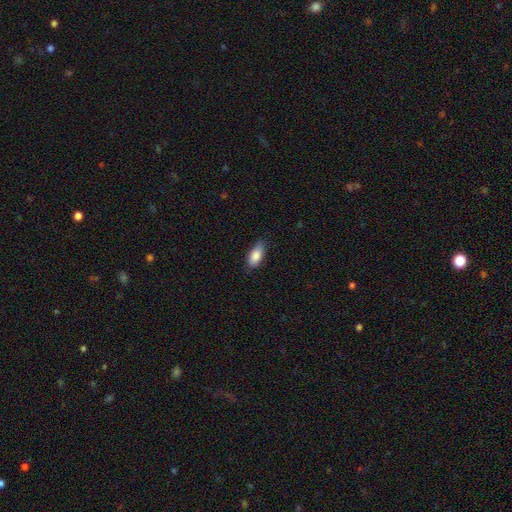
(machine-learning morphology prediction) smooth 85%, featured or disk 8%, star or artifact 7%. Down the decision tree: how rounded — in between (88%); merging — none (77%).